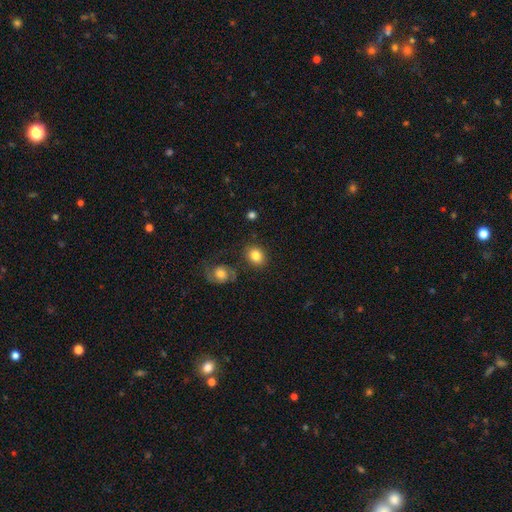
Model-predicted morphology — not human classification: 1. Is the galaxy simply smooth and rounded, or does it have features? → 83% smooth, 10% featured or disk, 8% star or artifact.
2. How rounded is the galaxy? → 54% round, 45% in between, 1% cigar-shaped.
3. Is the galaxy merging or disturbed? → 82% none, 10% minor disturbance, 5% merger, 3% major disturbance.